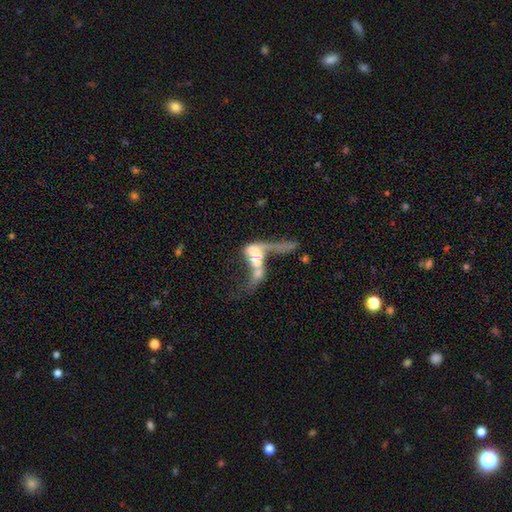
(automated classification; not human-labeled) Smooth or featured: featured or disk — 55% (smooth — 34%)
Edge-on disk: no — 88% (yes — 12%)
Merging: merger — 68% (major disturbance — 21%)